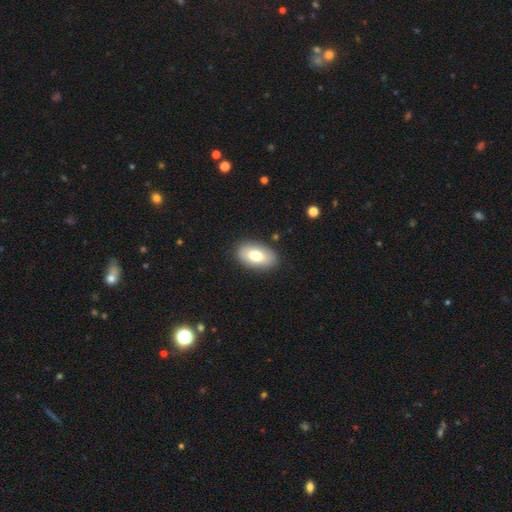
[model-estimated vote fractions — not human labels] This is likely a smooth galaxy (75%). How rounded: clearly in between (93%). Merging: clearly none (87%).